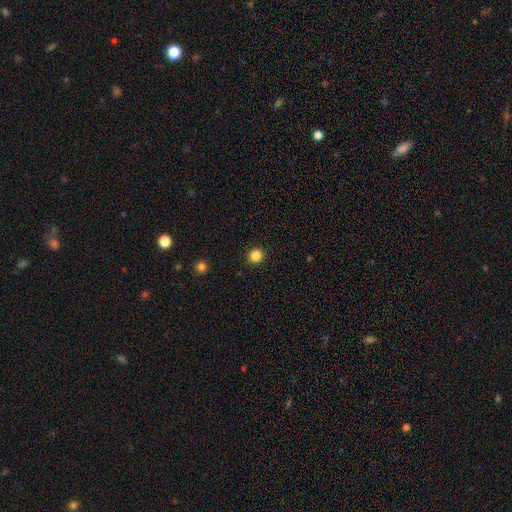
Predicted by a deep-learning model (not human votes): A smooth galaxy with no disk features (85%) that is round (94%).

Vote fractions:
- Smooth or featured? smooth: 85% / star or artifact: 12% / featured or disk: 3%
- How rounded? round: 94% / in between: 5% / cigar-shaped: 1%
- Merging? none: 93% / minor disturbance: 5% / major disturbance: 2% / merger: 1%